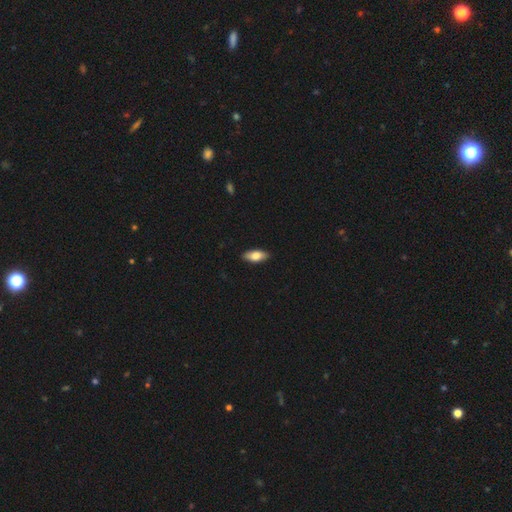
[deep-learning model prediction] Smooth or featured? Predicted: smooth (p=0.77). How rounded? Predicted: in between (p=0.84). Merging? Predicted: none (p=0.89).